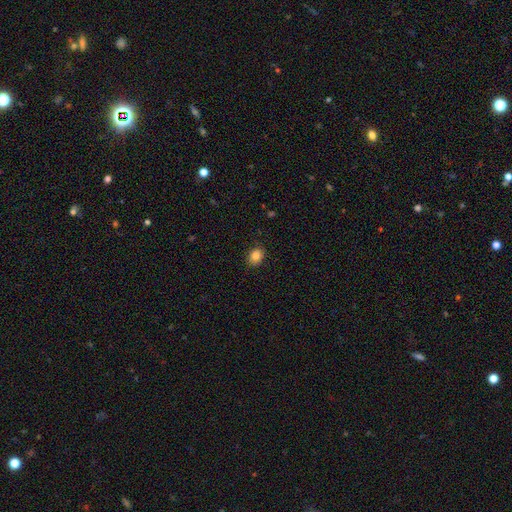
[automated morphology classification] A smooth galaxy with no disk features (85%) that is in between round and cigar-shaped (55%).

Vote fractions:
- Smooth or featured? smooth: 85% / star or artifact: 10% / featured or disk: 5%
- How rounded? in between: 55% / round: 44% / cigar-shaped: 1%
- Merging? none: 87% / minor disturbance: 10% / major disturbance: 2% / merger: 1%